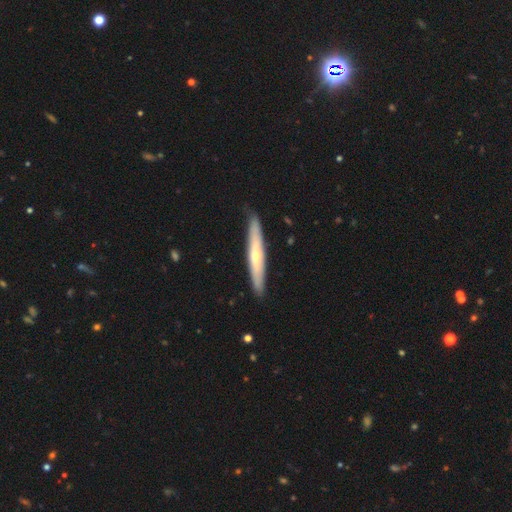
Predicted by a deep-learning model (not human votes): smooth-or-featured: featured or disk: 59% | smooth: 34% | star or artifact: 7%
  disk-edge-on: yes: 89% | no: 11%
    edge-on-bulge: rounded: 73% | none: 23% | boxy: 4%
  merging: none: 88% | minor disturbance: 9% | major disturbance: 2% | merger: 1%